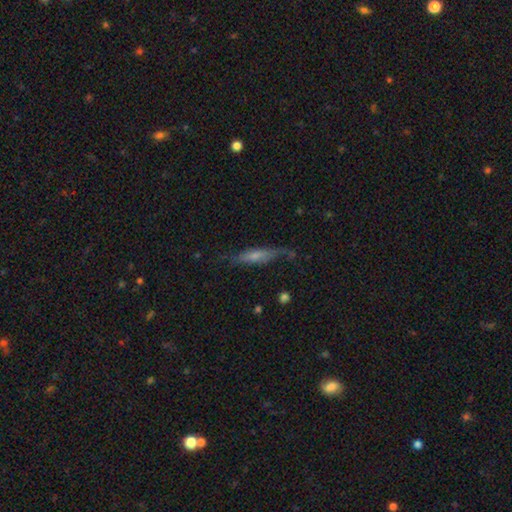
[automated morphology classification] This is possibly a smooth galaxy (49%). Merging: likely none (64%).